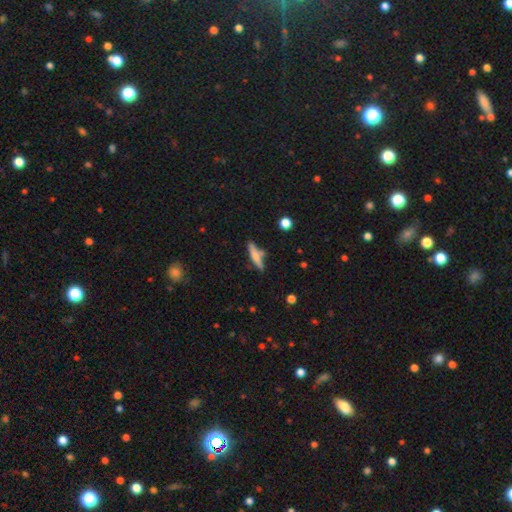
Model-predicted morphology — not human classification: Q: Smooth or featured?
A: smooth (59%); runner-up: featured or disk (34%)
Q: How rounded?
A: cigar-shaped (83%); runner-up: in between (15%)
Q: Merging?
A: none (69%); runner-up: minor disturbance (17%)